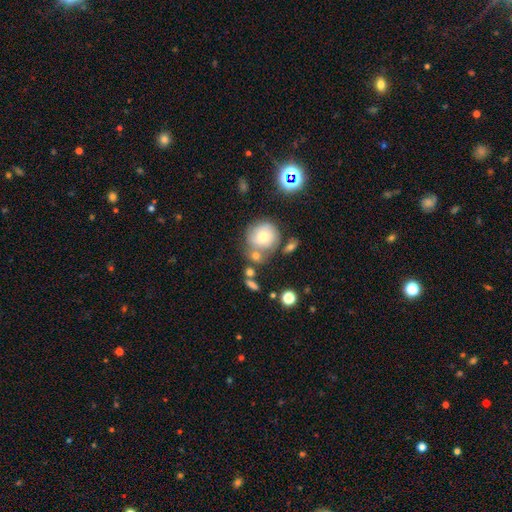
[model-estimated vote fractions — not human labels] Overall: smooth (65%). How rounded: round (78%). Merging: none (51%; merger 25%).